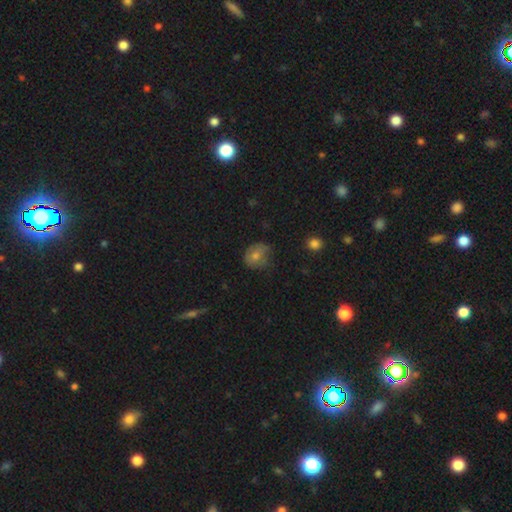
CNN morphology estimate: Q: Smooth or featured?
A: smooth (63%); runner-up: featured or disk (21%)
Q: How rounded?
A: round (65%); runner-up: in between (34%)
Q: Merging?
A: none (54%); runner-up: minor disturbance (32%)